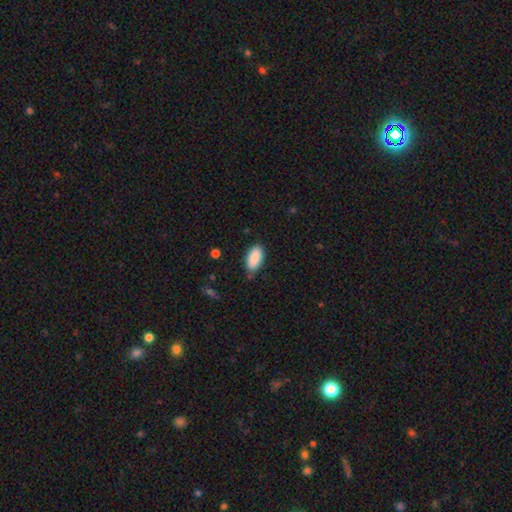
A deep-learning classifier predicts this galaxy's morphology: Smooth or featured? Predicted: smooth (p=0.89). How rounded? Predicted: in between (p=0.93). Merging? Predicted: none (p=0.75).